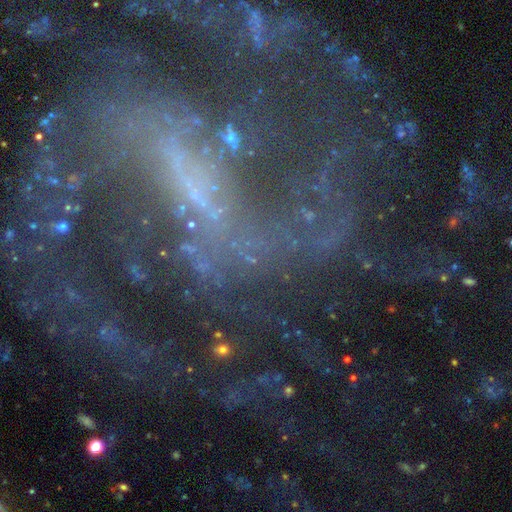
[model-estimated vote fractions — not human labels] A featured or disk galaxy (61%) with a strong bar (41%), spiral arms (75%) and a small central bulge (42%). Merging: none (53%).